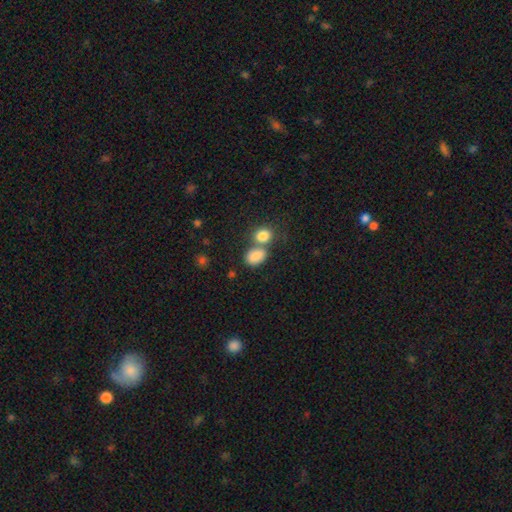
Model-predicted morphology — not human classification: smooth-or-featured: smooth: 84% | star or artifact: 9% | featured or disk: 7%
  how-rounded: in between: 73% | round: 25% | cigar-shaped: 1%
  merging: merger: 44% | none: 42% | minor disturbance: 10% | major disturbance: 4%